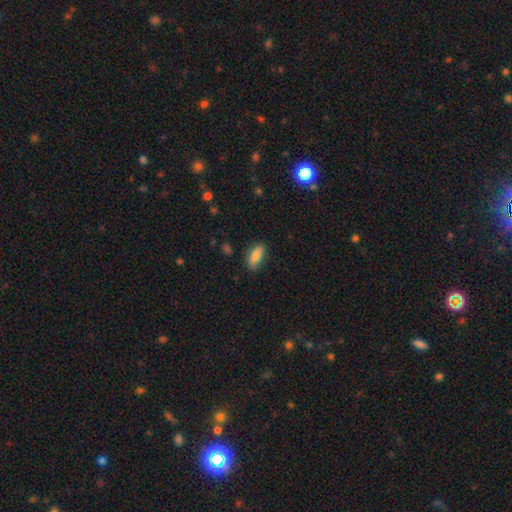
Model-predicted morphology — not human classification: Q: Smooth or featured?
A: smooth (84%); runner-up: featured or disk (9%)
Q: How rounded?
A: in between (76%); runner-up: cigar-shaped (21%)
Q: Merging?
A: none (81%); runner-up: minor disturbance (15%)